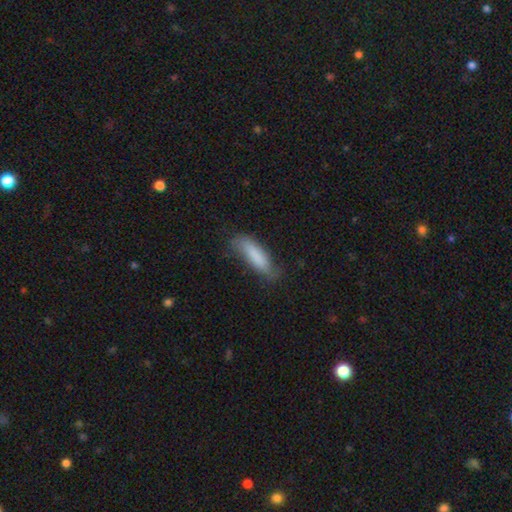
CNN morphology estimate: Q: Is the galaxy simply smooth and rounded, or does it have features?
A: smooth — 80%.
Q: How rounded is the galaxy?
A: cigar-shaped — 63%.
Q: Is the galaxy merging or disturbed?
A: none — 61%.